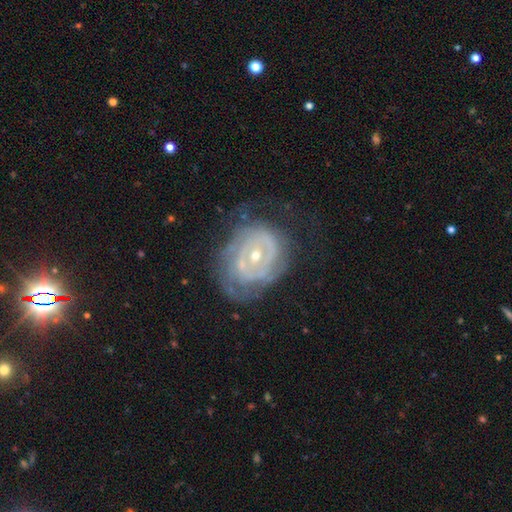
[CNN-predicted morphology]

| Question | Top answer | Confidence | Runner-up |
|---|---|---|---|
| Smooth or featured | featured or disk | 82% | smooth (12%) |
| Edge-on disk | no | 97% | yes (3%) |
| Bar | no | 61% | weak (29%) |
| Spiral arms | yes | 81% | no (19%) |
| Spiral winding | tight | 70% | medium (22%) |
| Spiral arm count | can't tell | 44% | 2 (31%) |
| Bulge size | small | 62% | moderate (35%) |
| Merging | none | 58% | minor disturbance (23%) |